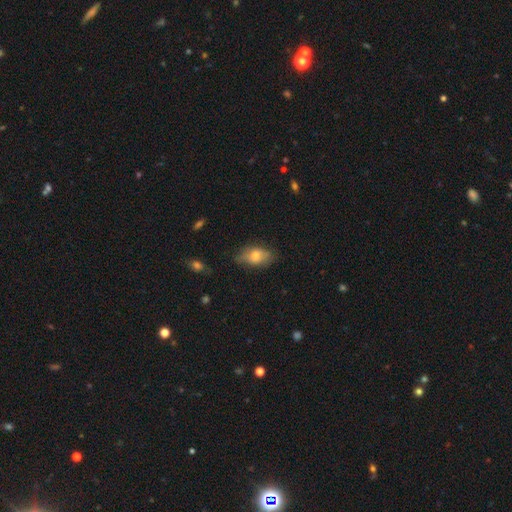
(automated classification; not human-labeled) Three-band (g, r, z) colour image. It shows a smooth galaxy with no disk features (68%) that is in between round and cigar-shaped (85%). Merging: none (68%).